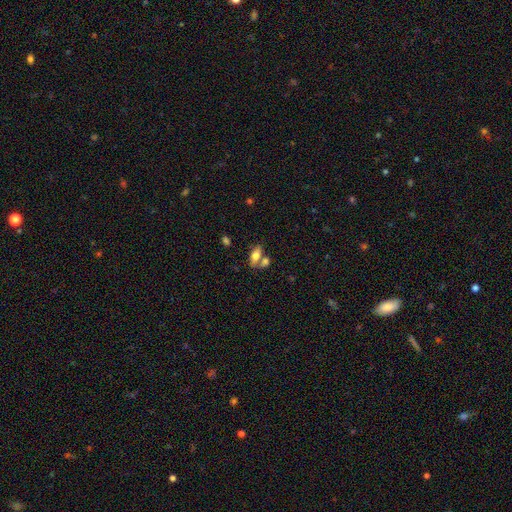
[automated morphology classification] smooth_or_featured: smooth (p=0.70) [alt: featured or disk p=0.22]
how_rounded: in between (p=0.85) [alt: cigar-shaped p=0.10]
merging: none (p=0.49) [alt: merger p=0.35]